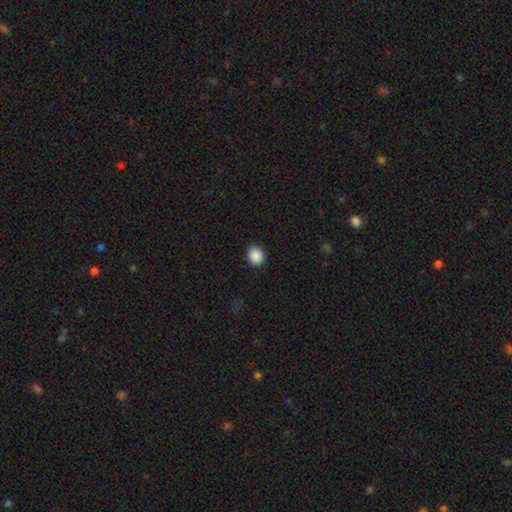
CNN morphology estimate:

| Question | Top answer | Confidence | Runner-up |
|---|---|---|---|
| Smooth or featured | smooth | 89% | star or artifact (8%) |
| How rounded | round | 76% | in between (23%) |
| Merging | none | 91% | minor disturbance (6%) |